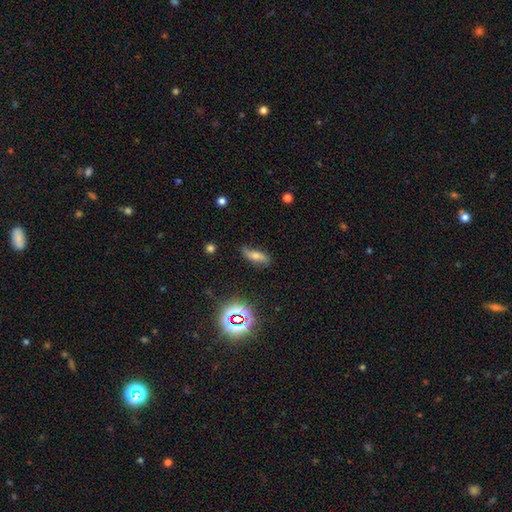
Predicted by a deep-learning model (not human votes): smooth_or_featured: smooth (p=0.45) [alt: featured or disk p=0.36]
merging: none (p=0.72) [alt: minor disturbance p=0.21]